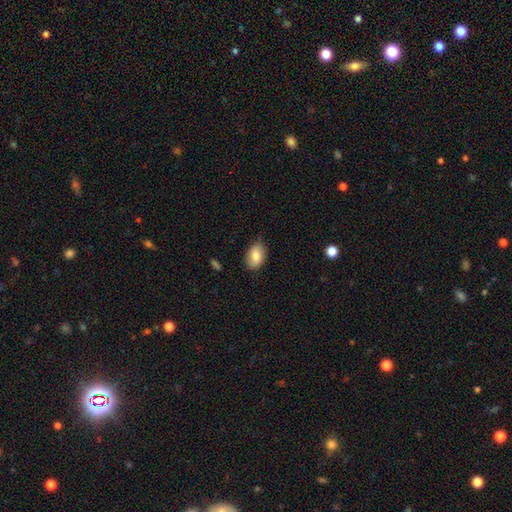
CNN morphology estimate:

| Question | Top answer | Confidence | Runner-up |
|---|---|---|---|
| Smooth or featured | smooth | 82% | featured or disk (11%) |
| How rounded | in between | 91% | round (8%) |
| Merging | none | 79% | minor disturbance (17%) |